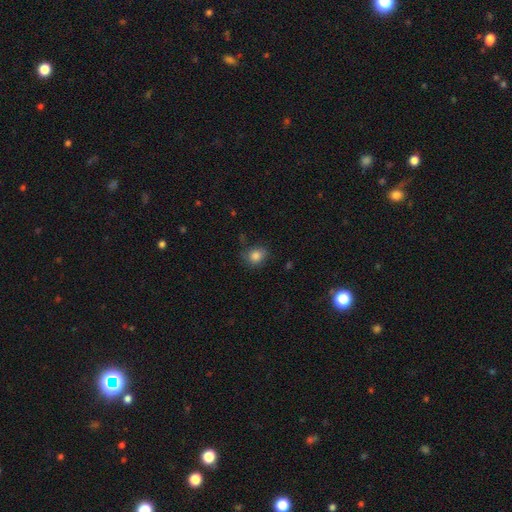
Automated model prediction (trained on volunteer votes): A smooth galaxy with no disk features (84%) that is round (66%).

Vote fractions:
- Smooth or featured? smooth: 84% / star or artifact: 10% / featured or disk: 6%
- How rounded? round: 66% / in between: 33% / cigar-shaped: 1%
- Merging? none: 73% / minor disturbance: 20% / major disturbance: 6% / merger: 2%